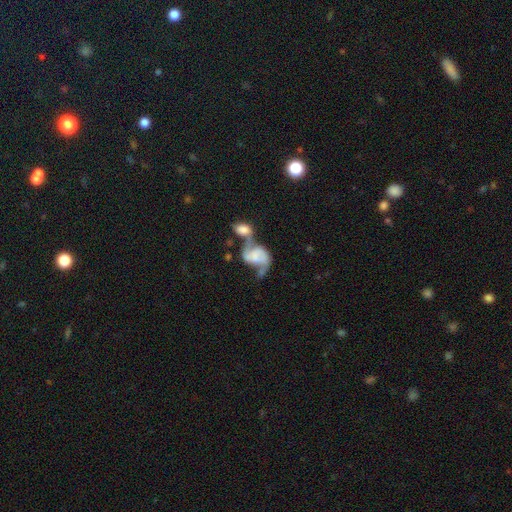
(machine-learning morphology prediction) featured or disk 71%, smooth 22%, star or artifact 7%. Down the decision tree: edge-on disk — no (97%); bar — no (53%); spiral arms — yes (88%); spiral arm count — 2 (87%); spiral winding — loose (60%); bulge size — none (50%); merging — merger (57%).